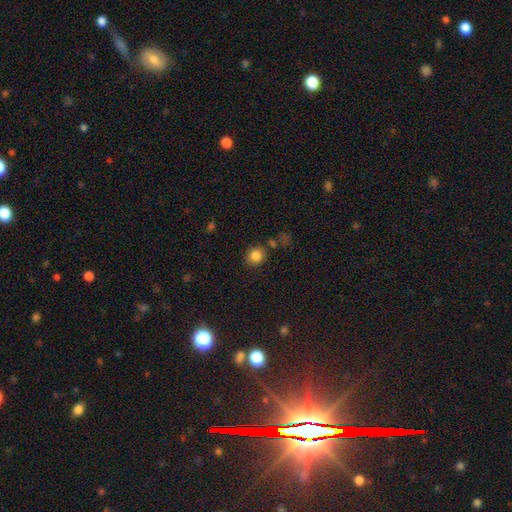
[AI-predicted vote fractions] Smooth or featured? smooth (82%)
How rounded? round (80%)
Merging? none (79%)